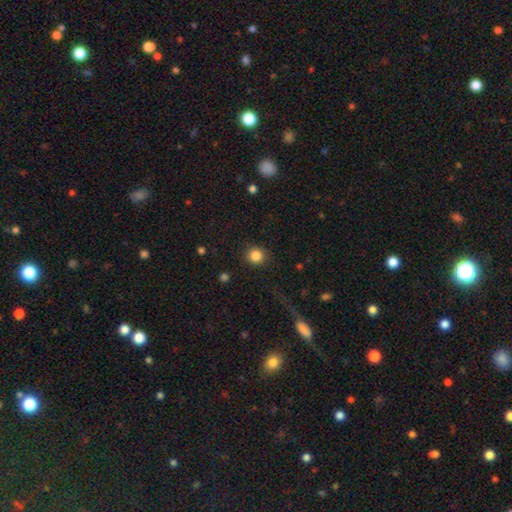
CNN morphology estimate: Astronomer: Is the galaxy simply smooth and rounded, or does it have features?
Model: smooth — 85%.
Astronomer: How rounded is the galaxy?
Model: round — 93%.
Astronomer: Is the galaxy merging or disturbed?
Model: none — 89%.